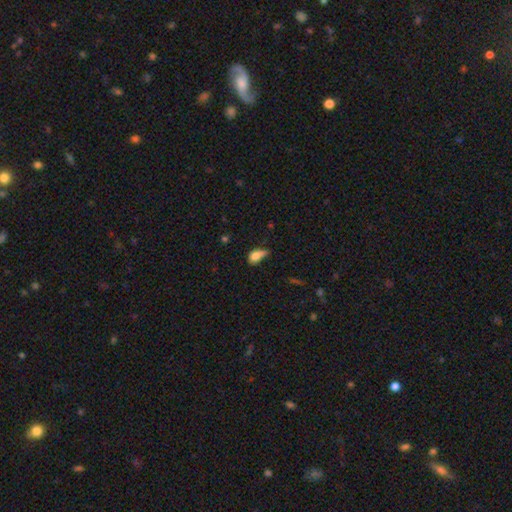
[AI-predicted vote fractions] Morphology: type=smooth (76%); roundness=in between (80%); merging=minor disturbance (41%).